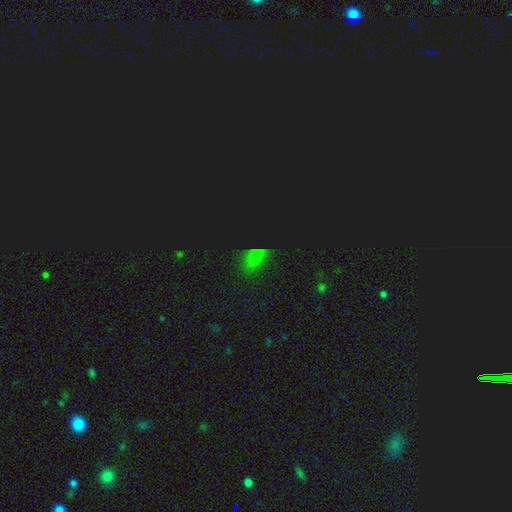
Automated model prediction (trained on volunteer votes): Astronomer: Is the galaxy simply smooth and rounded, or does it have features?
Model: star or artifact — 56% (runner-up: smooth, 36%).